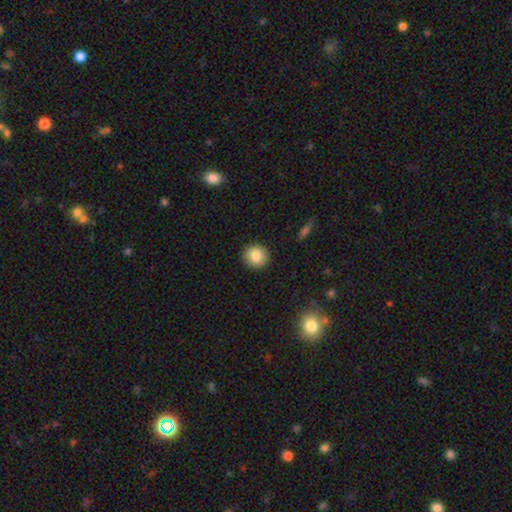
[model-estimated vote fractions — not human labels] smooth 84%, star or artifact 8%, featured or disk 7%. Down the decision tree: how rounded — round (89%); merging — none (91%).